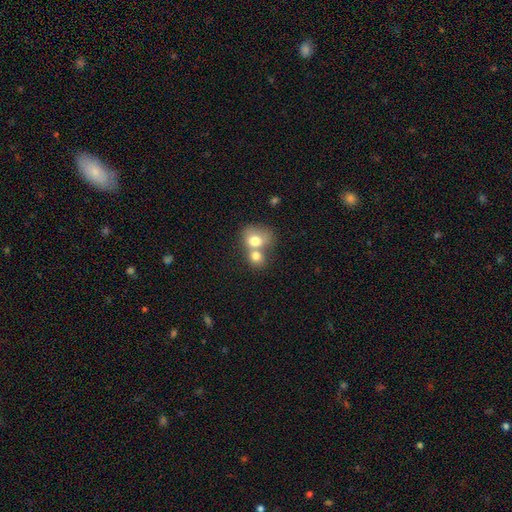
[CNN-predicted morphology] Smooth or featured?
  - smooth: 74% *
  - featured or disk: 17%
  - star or artifact: 9%
How rounded?
  - round: 57% *
  - in between: 42%
  - cigar-shaped: 1%
Merging?
  - merger: 66% *
  - none: 24%
  - minor disturbance: 6%
  - major disturbance: 4%